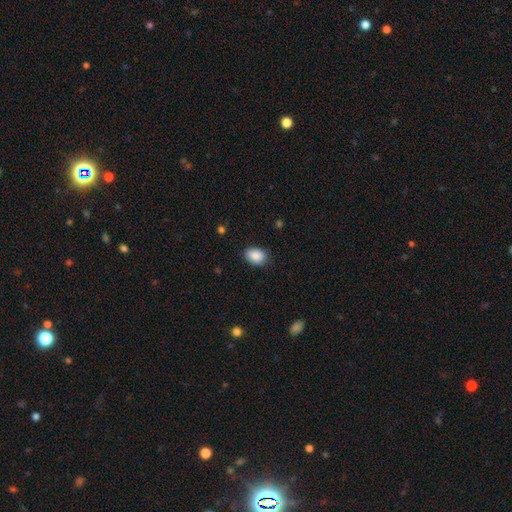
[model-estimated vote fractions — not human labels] smooth-or-featured: smooth: 88% | star or artifact: 8% | featured or disk: 5%
  how-rounded: in between: 75% | round: 24% | cigar-shaped: 1%
  merging: none: 77% | minor disturbance: 19% | major disturbance: 3% | merger: 1%